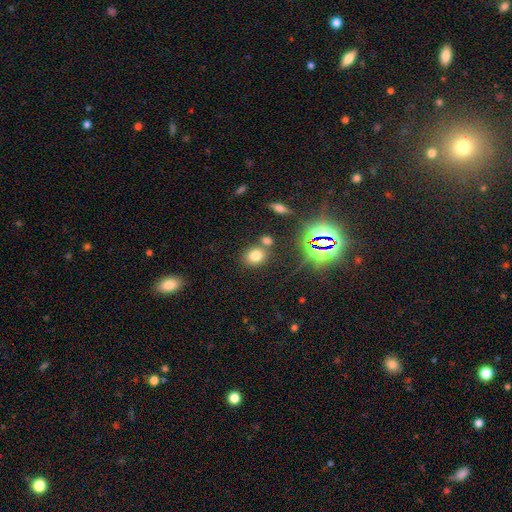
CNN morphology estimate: smooth_or_featured: smooth (p=0.71) [alt: star or artifact p=0.19]
how_rounded: round (p=0.57) [alt: in between p=0.42]
merging: none (p=0.69) [alt: merger p=0.16]